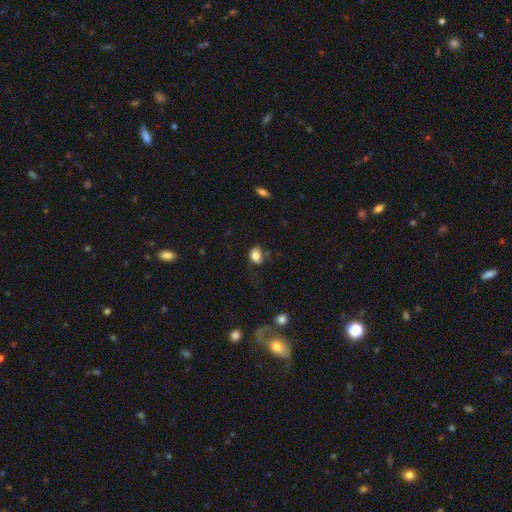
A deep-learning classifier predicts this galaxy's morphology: Smooth or featured: smooth — 82% (star or artifact — 10%)
How rounded: in between — 67% (round — 32%)
Merging: none — 53% (minor disturbance — 30%)